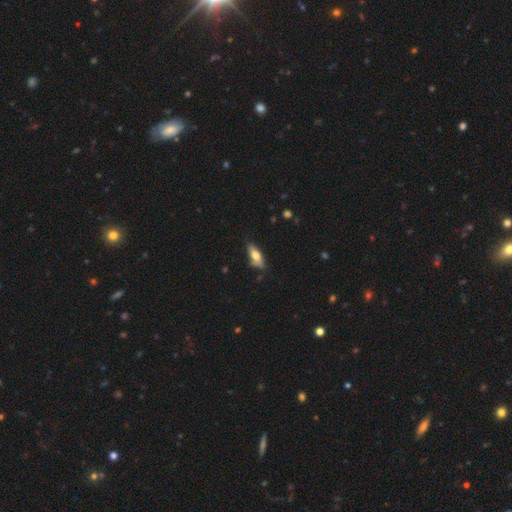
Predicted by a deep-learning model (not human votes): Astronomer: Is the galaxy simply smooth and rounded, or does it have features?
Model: smooth — 66%.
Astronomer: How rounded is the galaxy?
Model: in between — 67%.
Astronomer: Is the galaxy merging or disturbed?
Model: none — 70%.